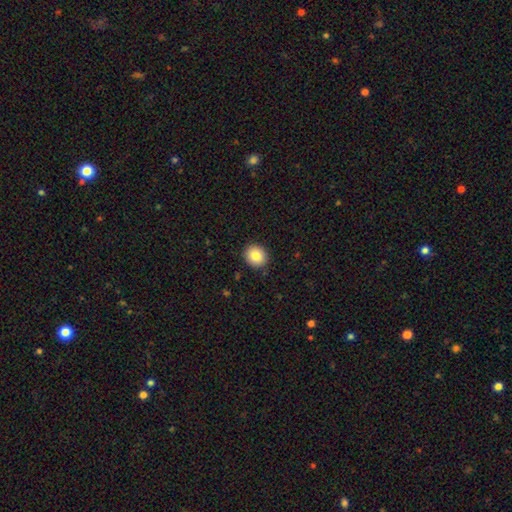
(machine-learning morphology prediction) Q: Smooth or featured?
A: smooth (84%); runner-up: star or artifact (9%)
Q: How rounded?
A: round (76%); runner-up: in between (23%)
Q: Merging?
A: none (90%); runner-up: minor disturbance (7%)